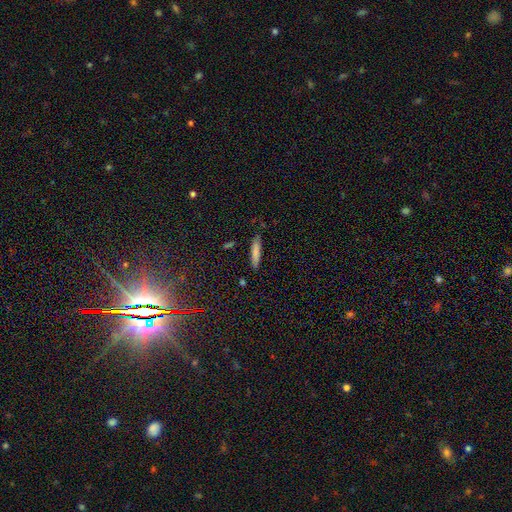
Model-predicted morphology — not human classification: smooth 59%, featured or disk 21%, star or artifact 20%. Down the decision tree: how rounded — cigar-shaped (90%); merging — none (85%).